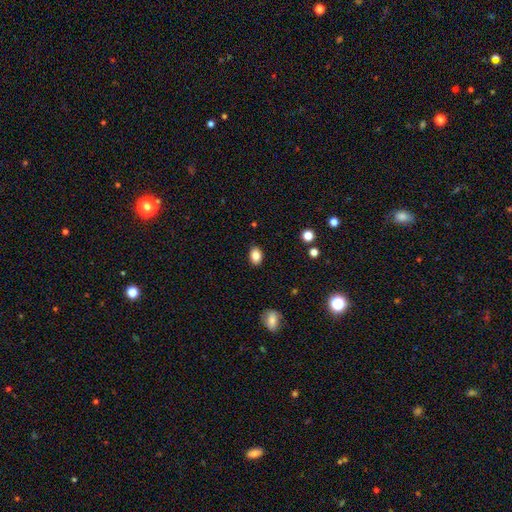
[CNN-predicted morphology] Smooth or featured? Predicted: smooth (p=0.85). How rounded? Predicted: in between (p=0.74). Merging? Predicted: none (p=0.88).